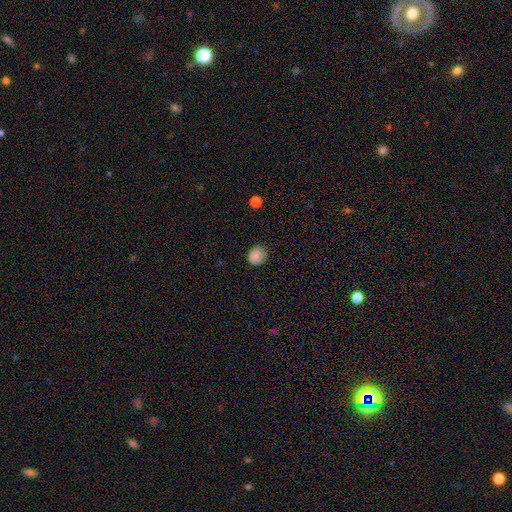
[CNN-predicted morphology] This appears to be a smooth galaxy with no disk features (86%) that is round (77%). Merging: none (79%).